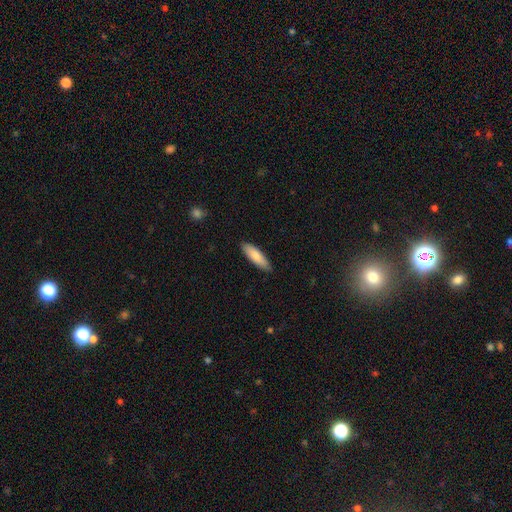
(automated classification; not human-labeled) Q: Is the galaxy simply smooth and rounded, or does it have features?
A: smooth — 83%.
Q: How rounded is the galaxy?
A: cigar-shaped — 54%.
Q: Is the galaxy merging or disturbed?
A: none — 88%.